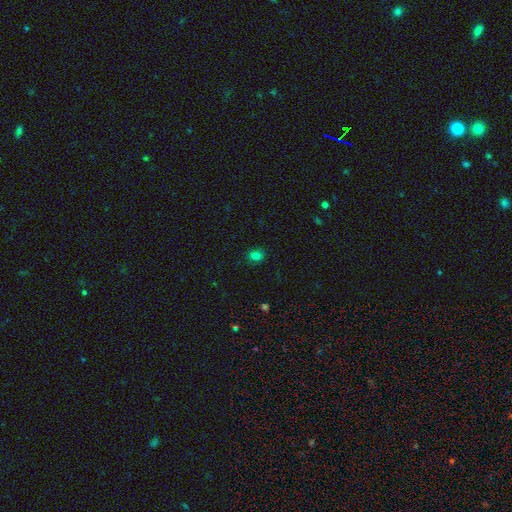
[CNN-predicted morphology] smooth 79%, star or artifact 16%, featured or disk 5%. Down the decision tree: how rounded — in between (51%); merging — none (86%).